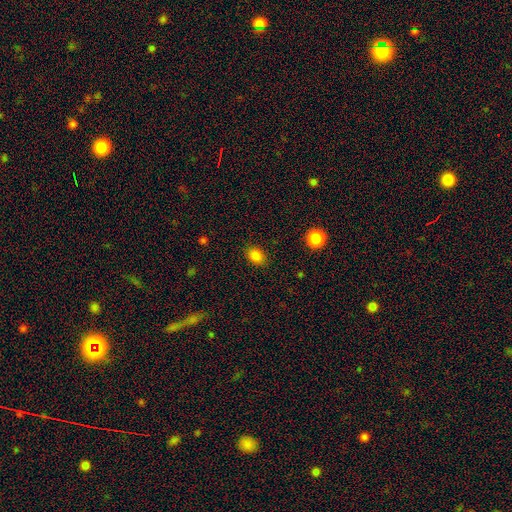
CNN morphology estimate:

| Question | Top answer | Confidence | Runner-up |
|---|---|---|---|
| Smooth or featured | smooth | 84% | star or artifact (11%) |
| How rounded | in between | 63% | round (36%) |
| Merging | none | 88% | minor disturbance (8%) |